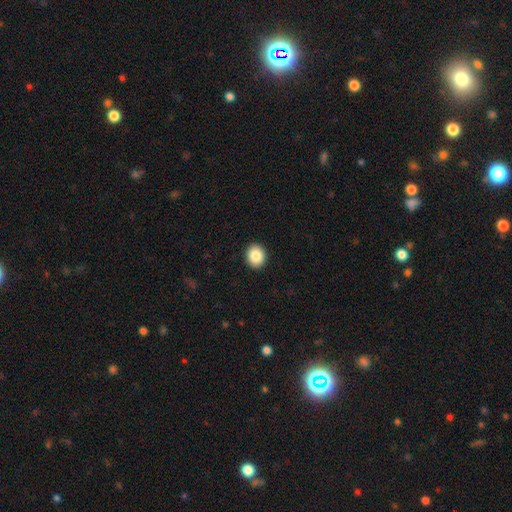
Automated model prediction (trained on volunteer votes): A smooth galaxy with no disk features (87%) that is round (66%).

Vote fractions:
- Smooth or featured? smooth: 87% / star or artifact: 8% / featured or disk: 5%
- How rounded? round: 66% / in between: 33% / cigar-shaped: 1%
- Merging? none: 92% / minor disturbance: 5% / major disturbance: 1% / merger: 1%